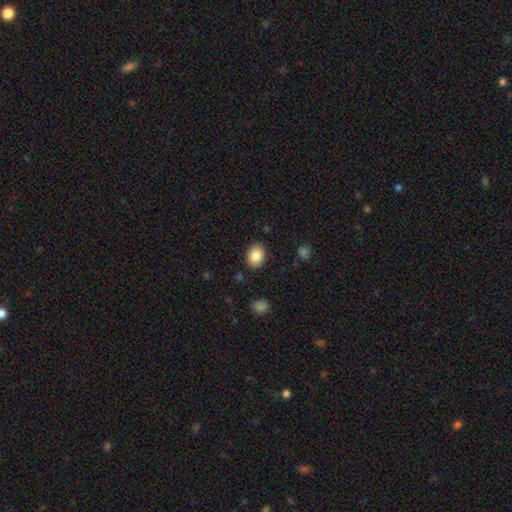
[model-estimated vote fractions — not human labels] smooth 87%, star or artifact 8%, featured or disk 5%. Down the decision tree: how rounded — in between (56%); merging — none (86%).